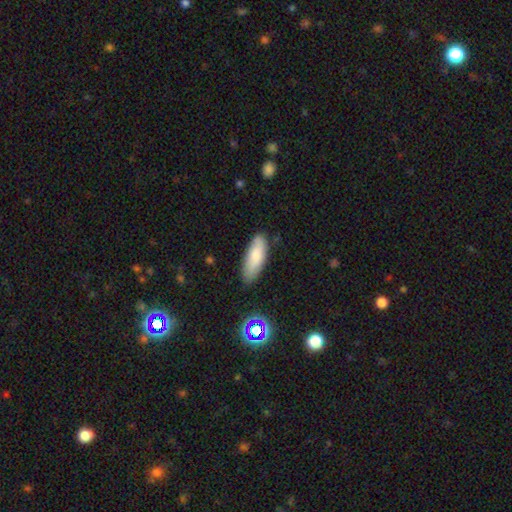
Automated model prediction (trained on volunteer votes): Smooth or featured? Predicted: smooth (p=0.78). How rounded? Predicted: in between (p=0.66). Merging? Predicted: none (p=0.79).